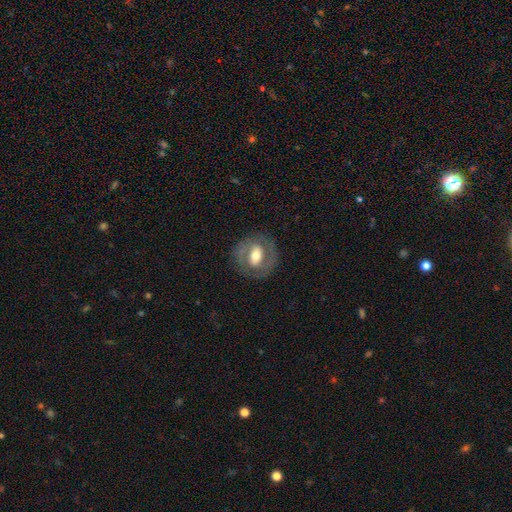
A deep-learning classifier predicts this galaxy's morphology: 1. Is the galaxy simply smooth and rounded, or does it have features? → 58% featured or disk, 35% smooth, 7% star or artifact.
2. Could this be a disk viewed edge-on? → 93% no, 7% yes.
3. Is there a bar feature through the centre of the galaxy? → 35% weak, 34% no, 31% strong.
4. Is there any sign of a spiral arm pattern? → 60% no, 40% yes.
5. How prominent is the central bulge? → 62% moderate, 22% large, 13% small, 2% dominant, 1% none.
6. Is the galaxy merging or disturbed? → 77% none, 13% minor disturbance, 8% major disturbance, 1% merger.